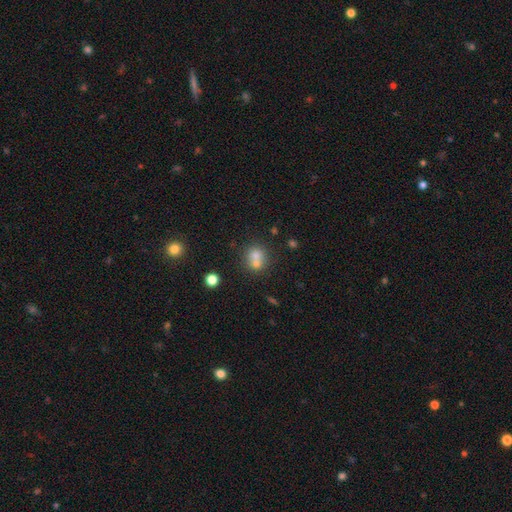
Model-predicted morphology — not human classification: Overall: smooth (68%). How rounded: round (81%). Merging: merger (54%; none 37%).